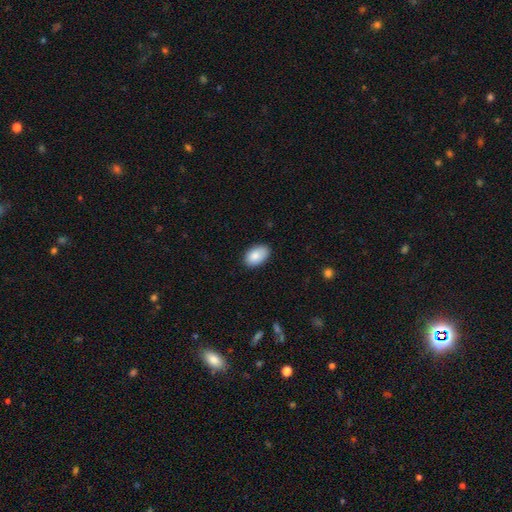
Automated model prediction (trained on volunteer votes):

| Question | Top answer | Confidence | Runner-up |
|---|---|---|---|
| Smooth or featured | smooth | 87% | star or artifact (7%) |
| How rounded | in between | 92% | round (7%) |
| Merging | none | 84% | minor disturbance (13%) |